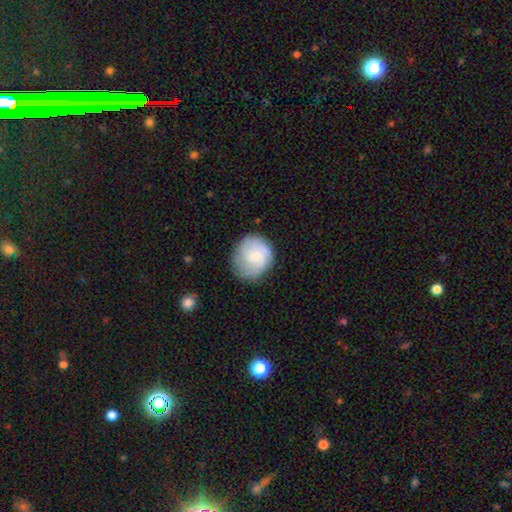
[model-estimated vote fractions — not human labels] Q: Smooth or featured?
A: smooth (49%); runner-up: featured or disk (44%)
Q: Merging?
A: none (71%); runner-up: minor disturbance (20%)